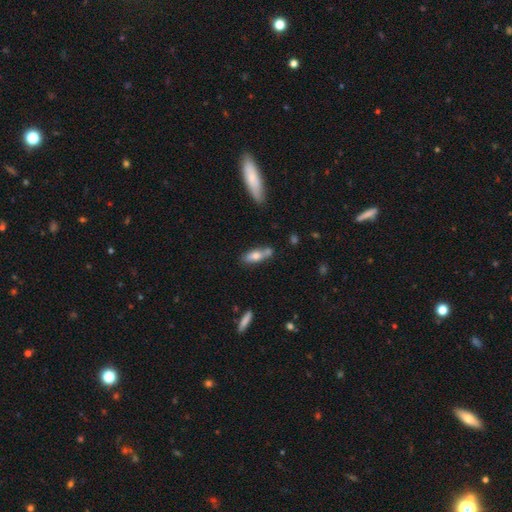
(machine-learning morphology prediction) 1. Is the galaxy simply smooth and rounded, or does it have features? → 66% smooth, 27% featured or disk, 7% star or artifact.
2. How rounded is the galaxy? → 58% in between, 40% cigar-shaped, 3% round.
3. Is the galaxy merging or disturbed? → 56% none, 20% merger, 19% minor disturbance, 5% major disturbance.